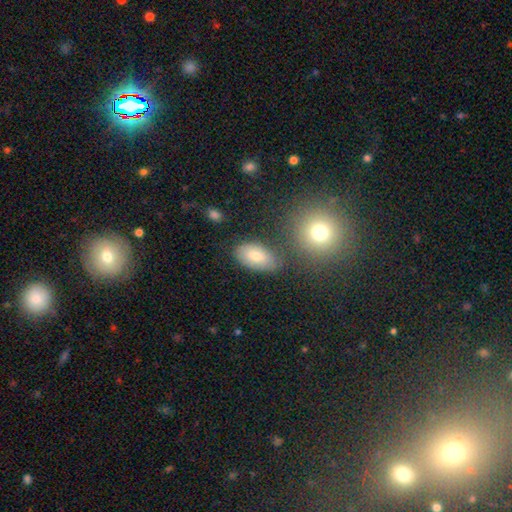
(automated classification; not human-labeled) Smooth or featured? smooth (76%)
How rounded? in between (91%)
Merging? none (75%)